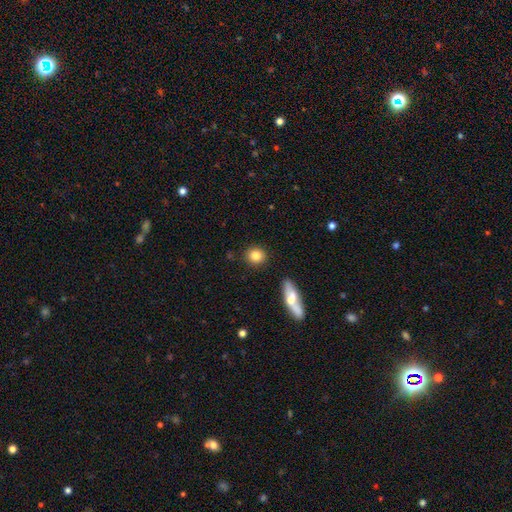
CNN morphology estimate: A smooth galaxy with no disk features (83%) that is round (84%).

Vote fractions:
- Smooth or featured? smooth: 83% / star or artifact: 9% / featured or disk: 8%
- How rounded? round: 84% / in between: 14% / cigar-shaped: 2%
- Merging? none: 88% / minor disturbance: 7% / merger: 3% / major disturbance: 2%